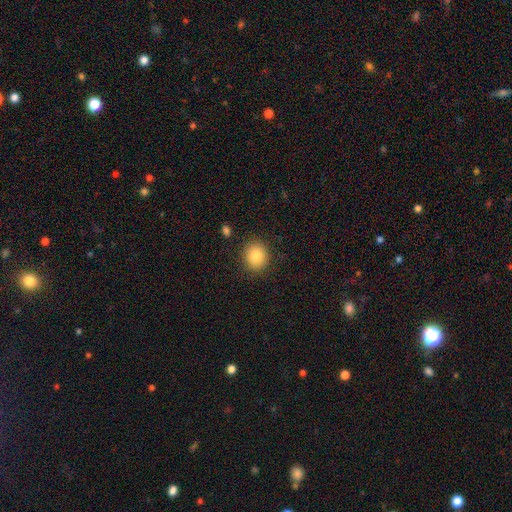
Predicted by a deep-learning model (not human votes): Q: Smooth or featured?
A: smooth (84%); runner-up: star or artifact (9%)
Q: How rounded?
A: round (77%); runner-up: in between (22%)
Q: Merging?
A: none (88%); runner-up: minor disturbance (8%)